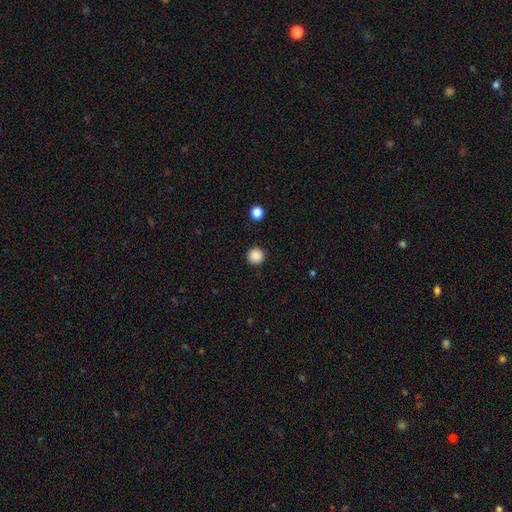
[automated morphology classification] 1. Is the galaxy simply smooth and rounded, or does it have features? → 87% smooth, 10% star or artifact, 2% featured or disk.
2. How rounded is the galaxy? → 96% round, 3% in between, 1% cigar-shaped.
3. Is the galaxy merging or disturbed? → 93% none, 5% minor disturbance, 2% major disturbance, 1% merger.